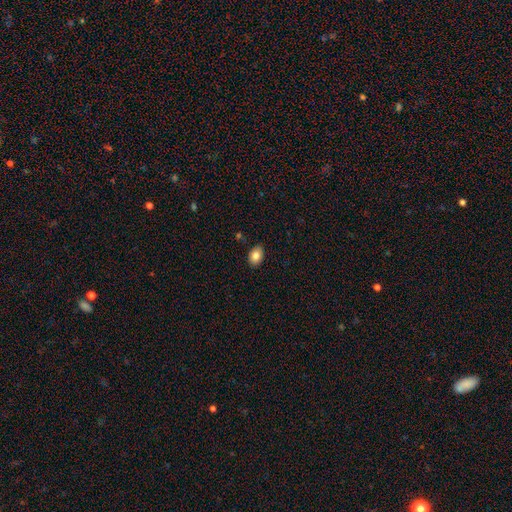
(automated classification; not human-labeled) Smooth or featured?
  - smooth: 84% *
  - featured or disk: 8%
  - star or artifact: 8%
How rounded?
  - in between: 81% *
  - round: 18%
  - cigar-shaped: 1%
Merging?
  - none: 87% *
  - minor disturbance: 9%
  - major disturbance: 2%
  - merger: 1%